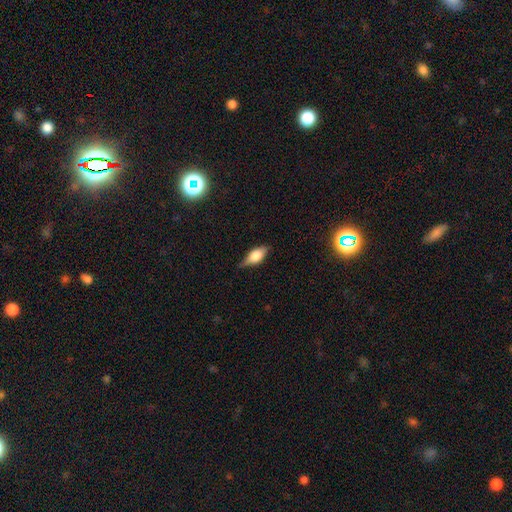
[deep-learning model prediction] Q: Smooth or featured?
A: smooth (60%); runner-up: featured or disk (32%)
Q: How rounded?
A: in between (80%); runner-up: cigar-shaped (16%)
Q: Merging?
A: none (74%); runner-up: minor disturbance (21%)